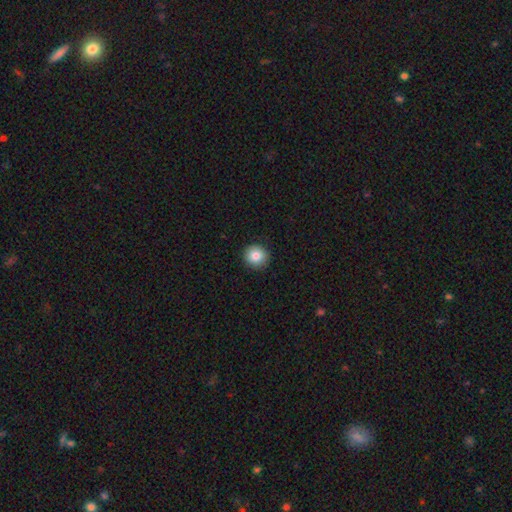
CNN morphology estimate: Smooth or featured? Predicted: smooth (p=0.84). How rounded? Predicted: round (p=0.93). Merging? Predicted: none (p=0.92).